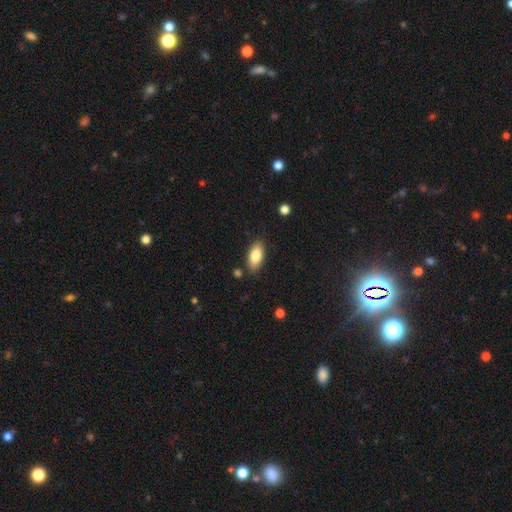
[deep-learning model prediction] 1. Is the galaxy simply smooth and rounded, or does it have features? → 82% smooth, 11% featured or disk, 7% star or artifact.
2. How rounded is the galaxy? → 90% in between, 8% cigar-shaped, 3% round.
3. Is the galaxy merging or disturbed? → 84% none, 11% minor disturbance, 3% merger, 2% major disturbance.